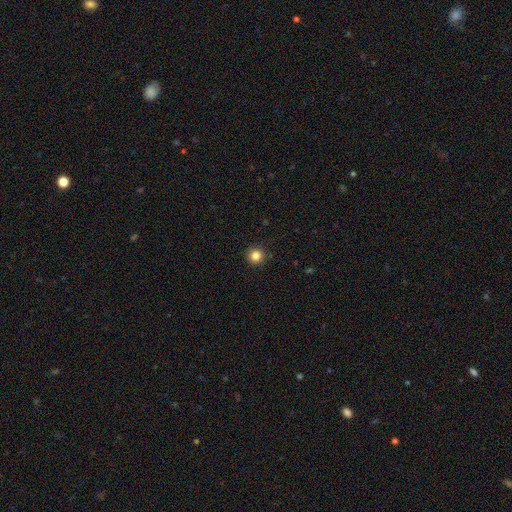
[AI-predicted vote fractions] smooth_or_featured: smooth (p=0.83) [alt: star or artifact p=0.12]
how_rounded: round (p=0.95) [alt: in between p=0.04]
merging: none (p=0.91) [alt: minor disturbance p=0.06]